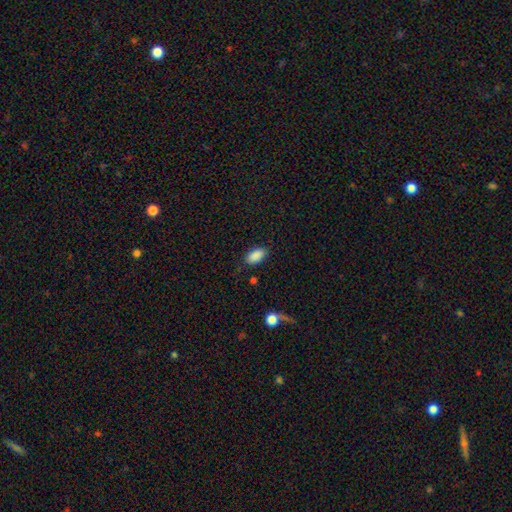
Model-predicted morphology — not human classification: Q: Smooth or featured?
A: smooth (88%); runner-up: star or artifact (8%)
Q: How rounded?
A: in between (93%); runner-up: round (5%)
Q: Merging?
A: none (80%); runner-up: minor disturbance (14%)